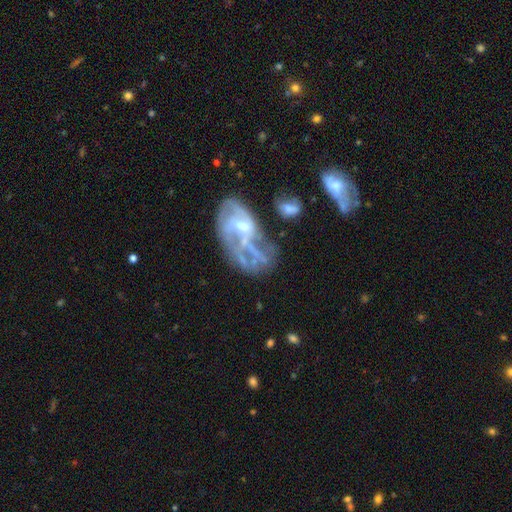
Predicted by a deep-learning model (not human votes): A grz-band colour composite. It shows a featured or disk galaxy (73%) with no bar (55%), medium (39%) spiral arms (75%) and a small central bulge (49%). Merging: none (39%).